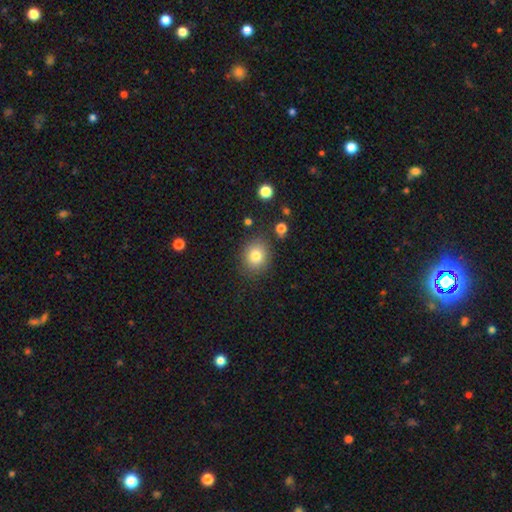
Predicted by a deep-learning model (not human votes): Overall: smooth (80%). How rounded: round (69%; in between 30%). Merging: none (83%).